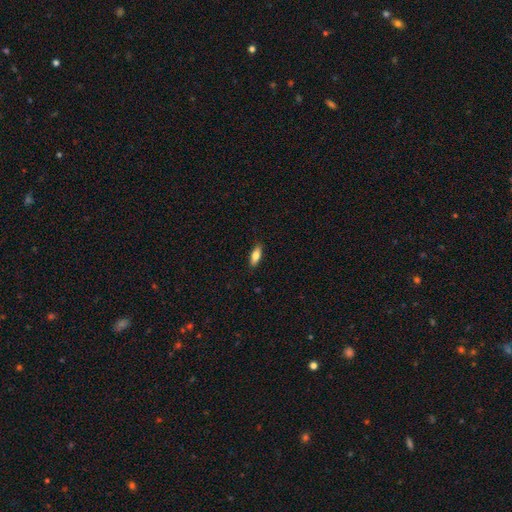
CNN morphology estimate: Q: Smooth or featured?
A: smooth (79%); runner-up: featured or disk (15%)
Q: How rounded?
A: in between (73%); runner-up: cigar-shaped (24%)
Q: Merging?
A: none (88%); runner-up: minor disturbance (10%)